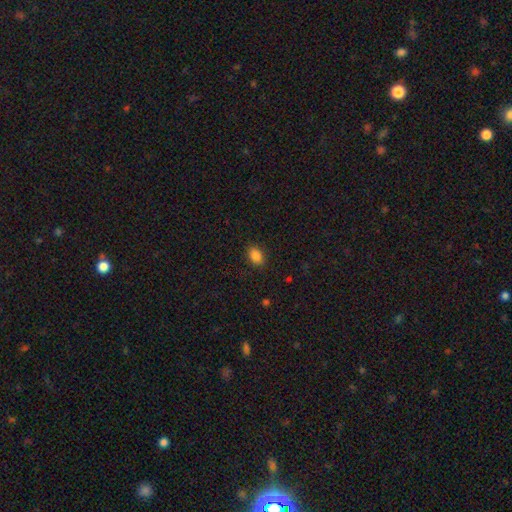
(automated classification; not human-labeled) smooth-or-featured: smooth: 87% | star or artifact: 9% | featured or disk: 4%
  how-rounded: in between: 85% | round: 14% | cigar-shaped: 1%
  merging: none: 88% | minor disturbance: 9% | major disturbance: 2% | merger: 1%